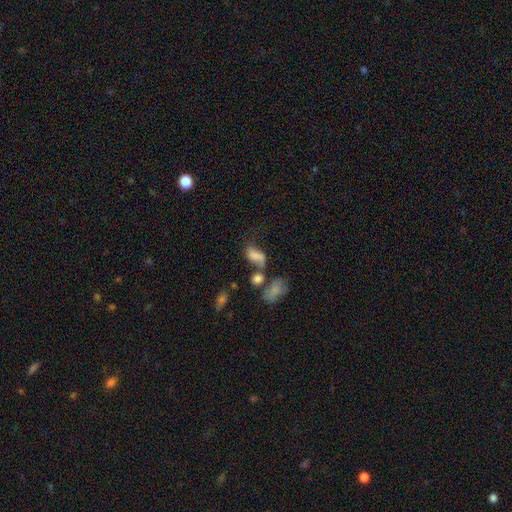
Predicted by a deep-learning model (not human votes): Smooth or featured? Predicted: smooth (p=0.57). How rounded? Predicted: in between (p=0.84). Merging? Predicted: merger (p=0.31).